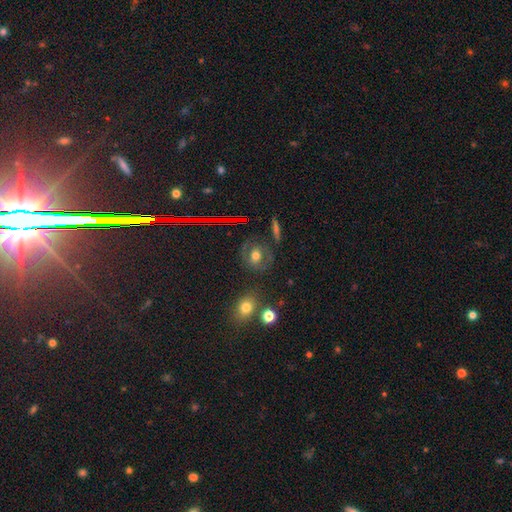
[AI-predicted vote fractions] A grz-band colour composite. It shows a smooth galaxy with no disk features (45%). Merging: none (74%).